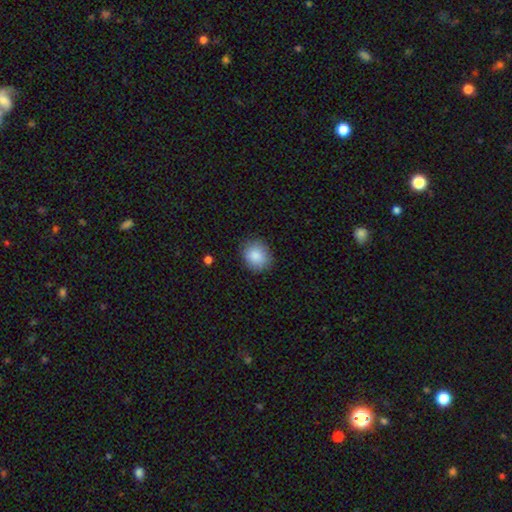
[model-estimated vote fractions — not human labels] Q: Smooth or featured?
A: smooth (87%); runner-up: star or artifact (8%)
Q: How rounded?
A: round (70%); runner-up: in between (29%)
Q: Merging?
A: none (84%); runner-up: minor disturbance (12%)